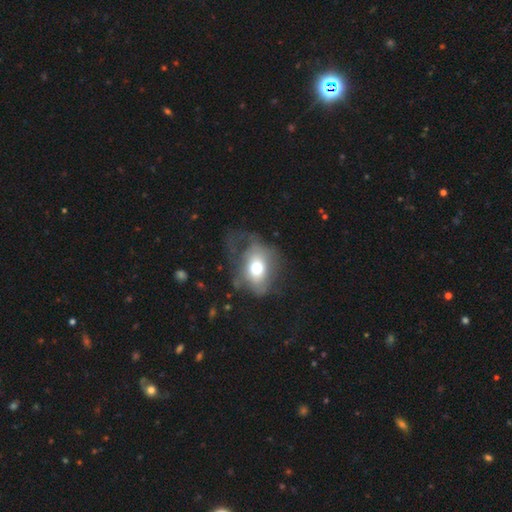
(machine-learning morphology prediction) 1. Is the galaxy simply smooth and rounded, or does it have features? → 53% smooth, 38% featured or disk, 9% star or artifact.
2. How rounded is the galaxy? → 64% in between, 35% round, 2% cigar-shaped.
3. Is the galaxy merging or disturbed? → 47% major disturbance, 28% none, 23% minor disturbance, 2% merger.